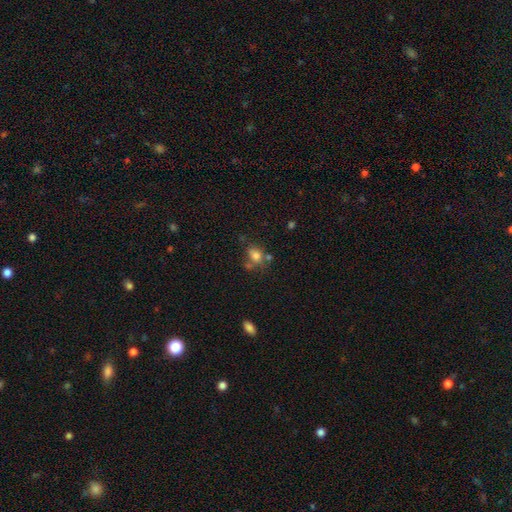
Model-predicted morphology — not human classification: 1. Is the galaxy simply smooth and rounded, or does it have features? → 75% smooth, 13% star or artifact, 12% featured or disk.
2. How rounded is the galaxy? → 57% in between, 41% round, 1% cigar-shaped.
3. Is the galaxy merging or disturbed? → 48% none, 23% merger, 19% minor disturbance, 10% major disturbance.